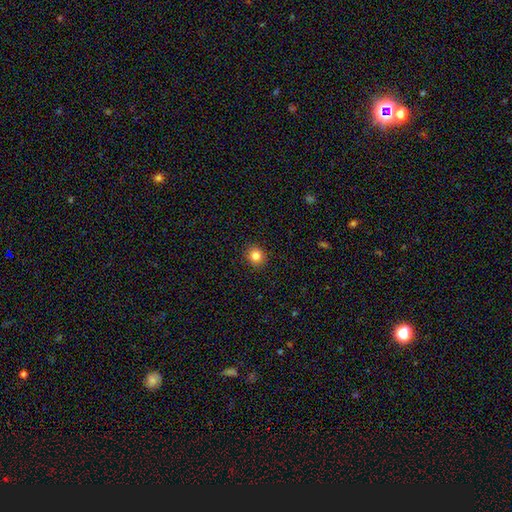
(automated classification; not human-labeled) Smooth or featured? smooth (83%)
How rounded? round (84%)
Merging? none (91%)